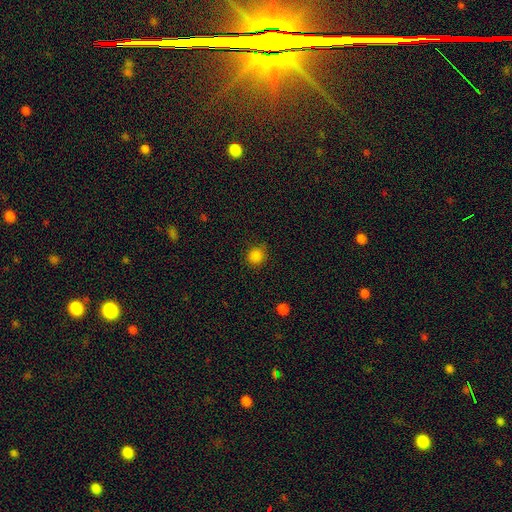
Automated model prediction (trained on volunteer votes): smooth-or-featured: smooth: 84% | star or artifact: 12% | featured or disk: 3%
  how-rounded: round: 88% | in between: 12% | cigar-shaped: 1%
  merging: none: 84% | minor disturbance: 12% | major disturbance: 3% | merger: 1%